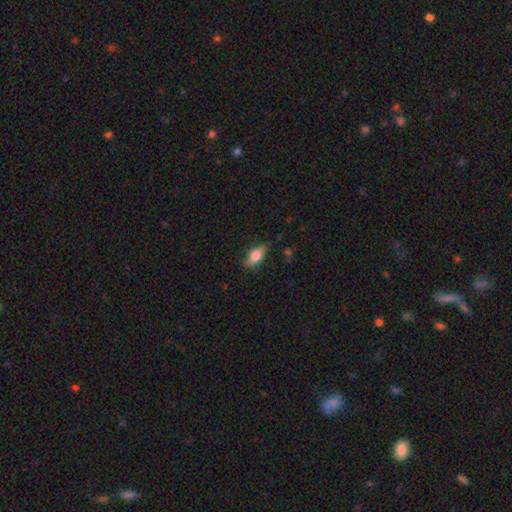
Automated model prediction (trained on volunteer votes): Smooth or featured?
  - smooth: 80% *
  - featured or disk: 13%
  - star or artifact: 8%
How rounded?
  - in between: 85% *
  - cigar-shaped: 9%
  - round: 6%
Merging?
  - none: 73% *
  - minor disturbance: 21%
  - major disturbance: 5%
  - merger: 1%